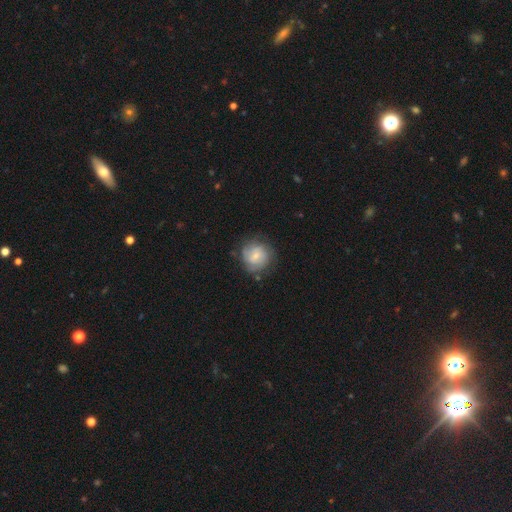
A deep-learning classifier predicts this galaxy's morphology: This is possibly a featured or disk galaxy (48%). Merging: likely none (71%).